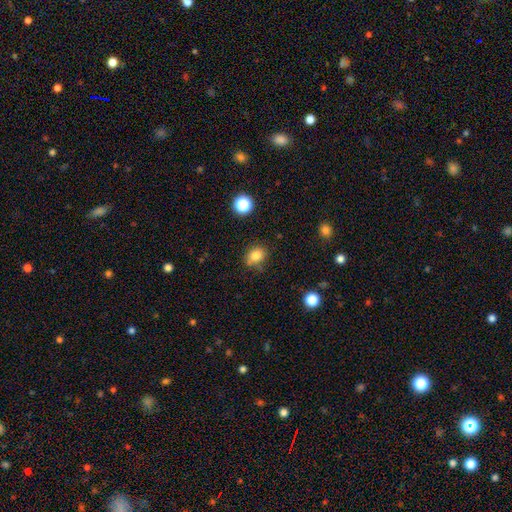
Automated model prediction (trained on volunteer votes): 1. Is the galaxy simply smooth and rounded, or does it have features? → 81% smooth, 12% star or artifact, 7% featured or disk.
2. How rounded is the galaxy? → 53% round, 46% in between, 1% cigar-shaped.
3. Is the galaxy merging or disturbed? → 72% none, 18% minor disturbance, 6% merger, 4% major disturbance.